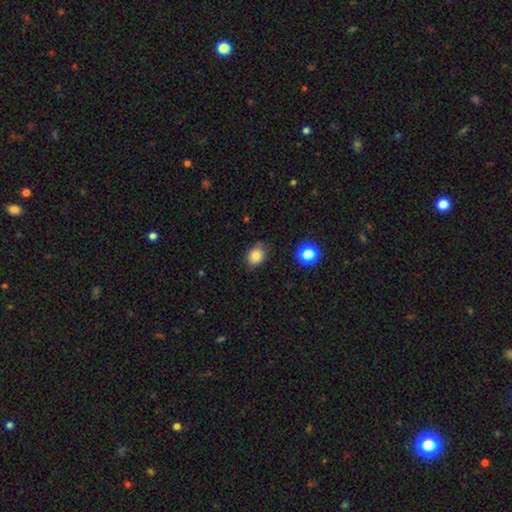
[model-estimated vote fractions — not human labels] smooth-or-featured: smooth: 83% | star or artifact: 11% | featured or disk: 6%
  how-rounded: in between: 52% | round: 47% | cigar-shaped: 1%
  merging: none: 75% | minor disturbance: 19% | major disturbance: 3% | merger: 2%